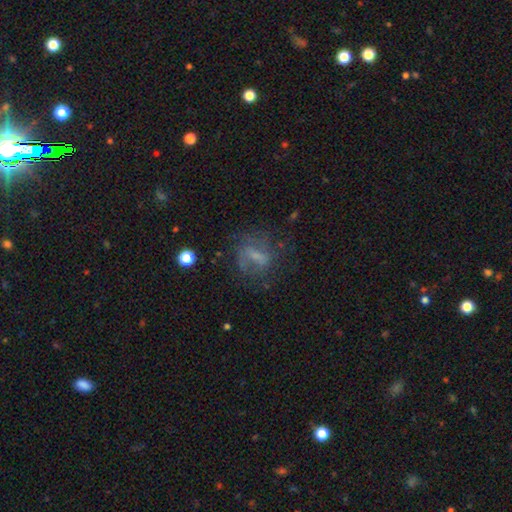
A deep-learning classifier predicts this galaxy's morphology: This is possibly a featured or disk galaxy (46%). Merging: possibly none (53%).